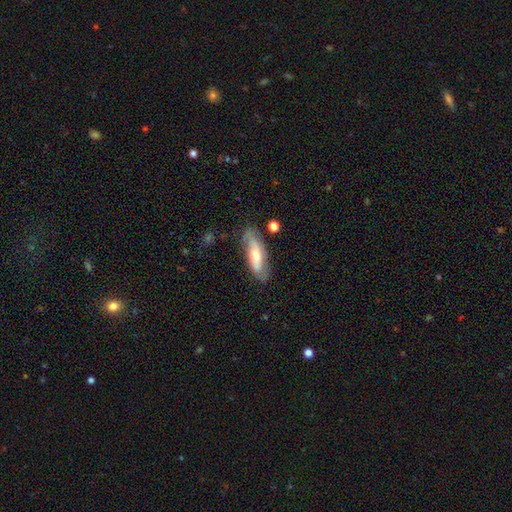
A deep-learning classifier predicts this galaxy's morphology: This appears to be a featured or disk galaxy (52%). Merging: none (75%).